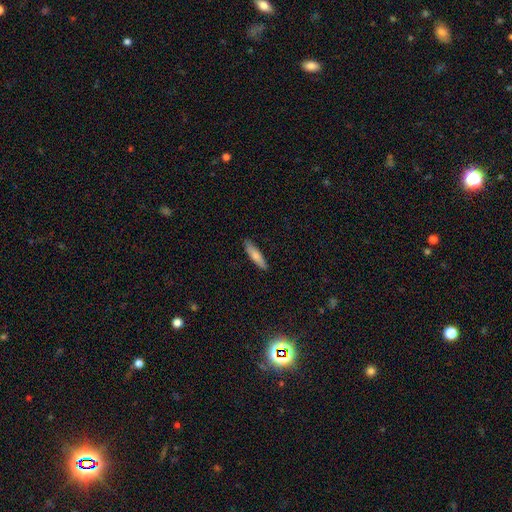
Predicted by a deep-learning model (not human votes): Overall: smooth (75%). How rounded: cigar-shaped (76%). Merging: none (89%).